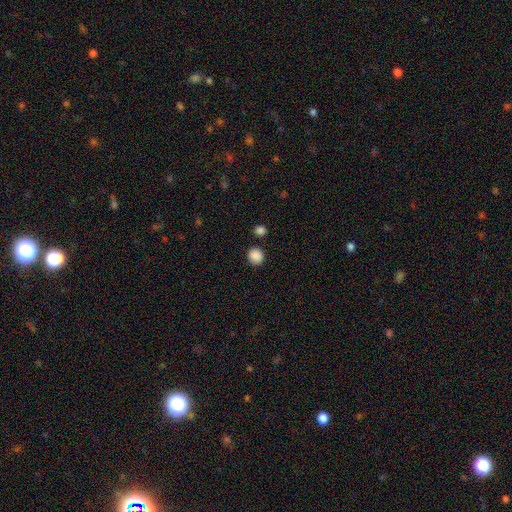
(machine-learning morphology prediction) Smooth or featured: smooth — 88% (star or artifact — 10%)
How rounded: round — 87% (in between — 12%)
Merging: none — 86% (minor disturbance — 8%)